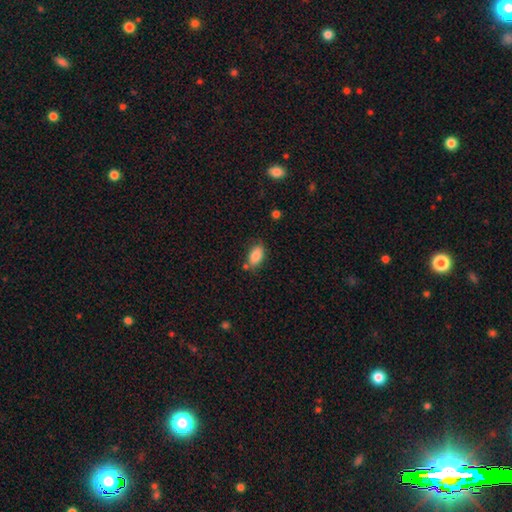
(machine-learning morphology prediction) Smooth or featured? smooth (85%)
How rounded? in between (90%)
Merging? none (70%)